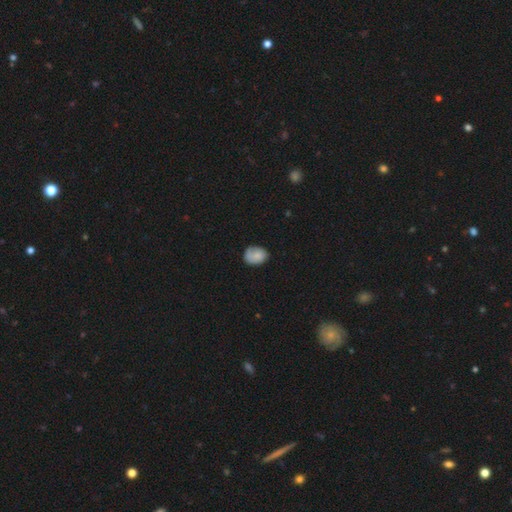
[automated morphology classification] smooth 76%, featured or disk 17%, star or artifact 7%. Down the decision tree: how rounded — in between (56%); merging — none (63%).